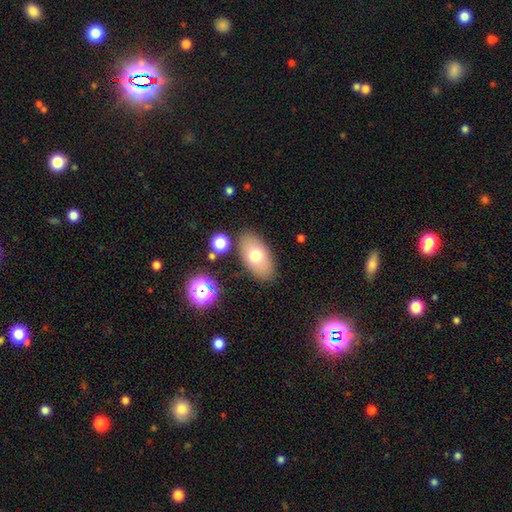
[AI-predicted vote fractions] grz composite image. It shows a smooth galaxy with no disk features (71%) that is in between round and cigar-shaped (92%). Merging: none (83%).